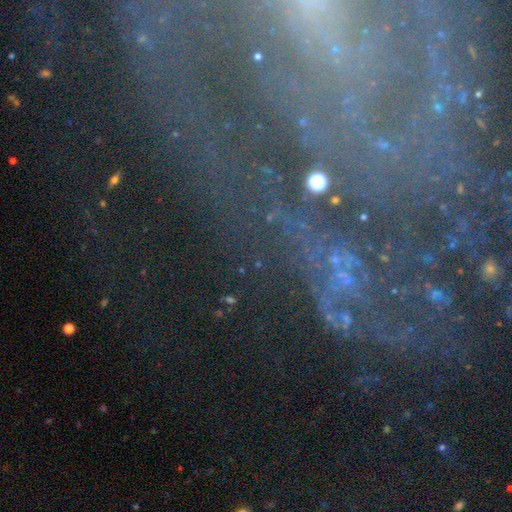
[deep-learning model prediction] Morphology: type=featured or disk (48%); merging=none (65%).